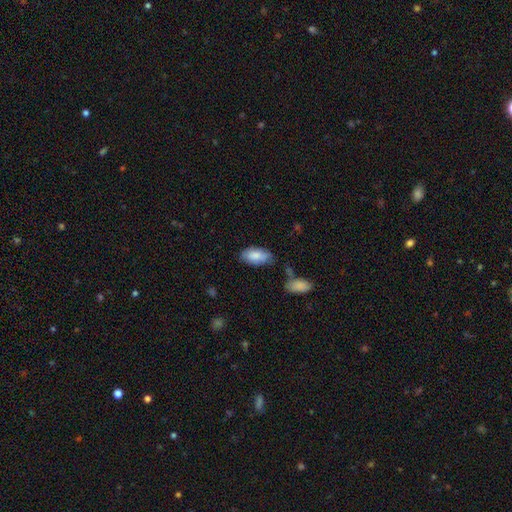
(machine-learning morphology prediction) This is clearly a smooth galaxy (81%). How rounded: clearly in between (93%). Merging: likely none (67%).